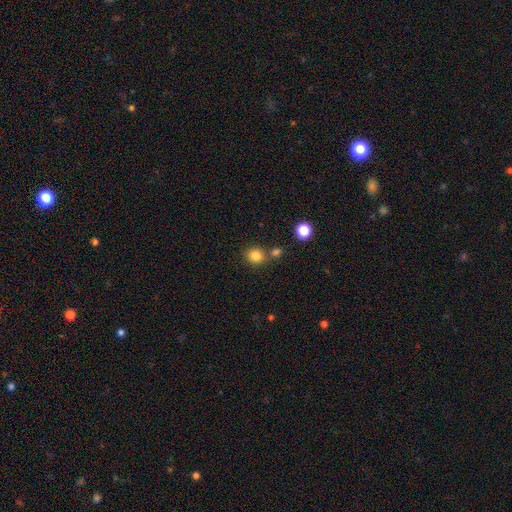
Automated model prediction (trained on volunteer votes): The model was most divided on "merging": none: 71%, merger: 16%, minor disturbance: 10%, major disturbance: 3%. More confident: smooth or featured — smooth (82%); how rounded — round (79%).